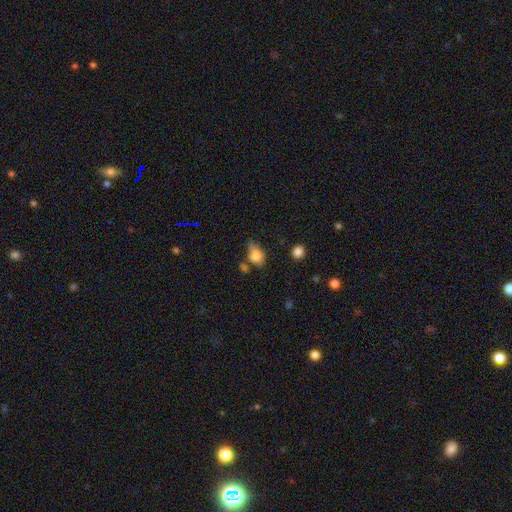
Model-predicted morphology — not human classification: type=smooth (79%); roundness=in between (69%); merging=none (43%).